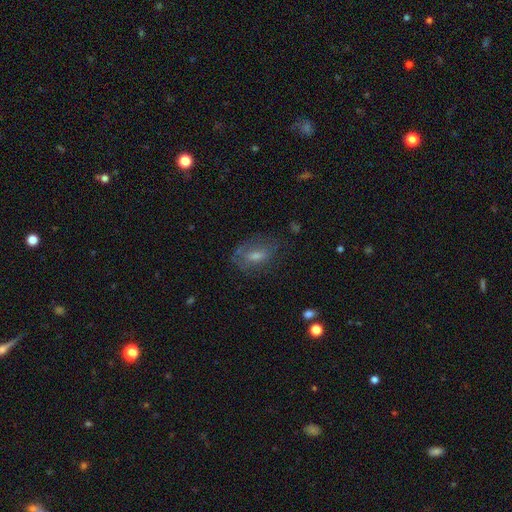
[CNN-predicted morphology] smooth_or_featured: smooth (p=0.43) [alt: featured or disk p=0.41]
merging: none (p=0.63) [alt: minor disturbance p=0.22]